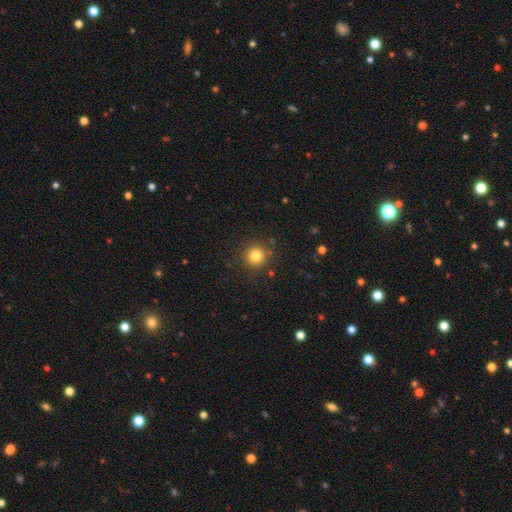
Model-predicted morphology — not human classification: Smooth or featured?
  - smooth: 81% *
  - star or artifact: 13%
  - featured or disk: 6%
How rounded?
  - round: 94% *
  - in between: 5%
  - cigar-shaped: 1%
Merging?
  - none: 88% *
  - minor disturbance: 7%
  - major disturbance: 3%
  - merger: 2%